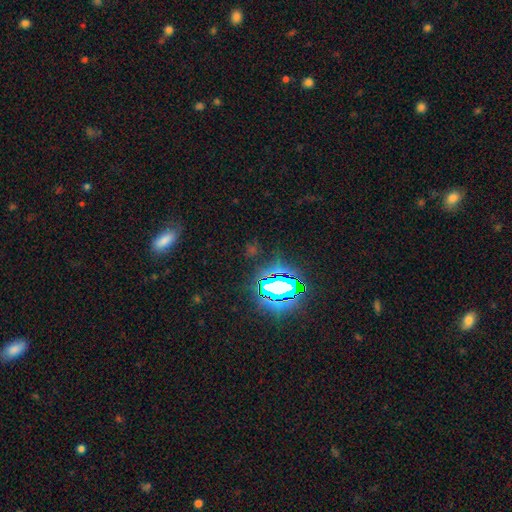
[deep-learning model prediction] This appears to be a star or artifact, not a galaxy (74%).